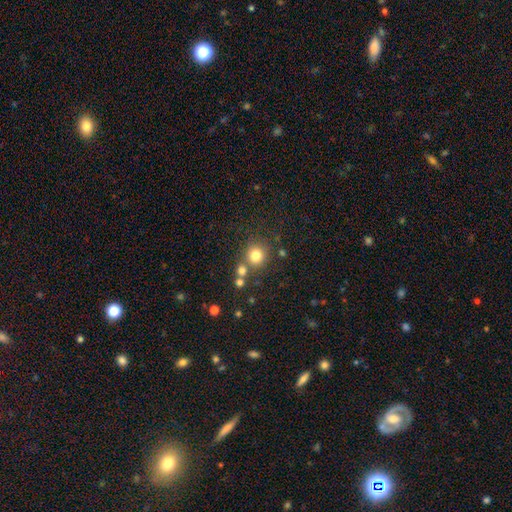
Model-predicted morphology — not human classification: This appears to be a smooth galaxy with no disk features (78%) that is round (88%). Merging: none (68%).